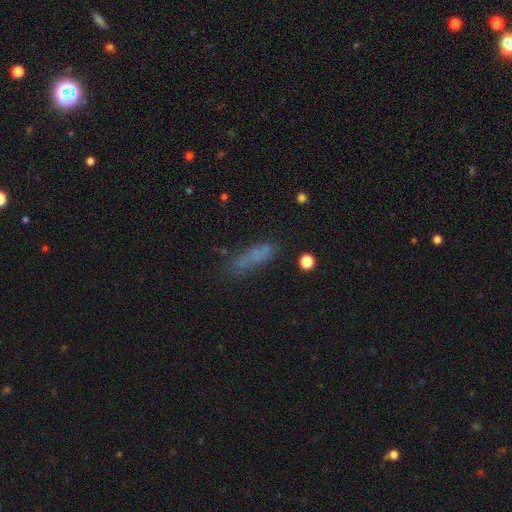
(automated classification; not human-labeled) Overall: smooth (61%; featured or disk 22%). How rounded: cigar-shaped (64%; in between 32%). Merging: none (55%; minor disturbance 22%).